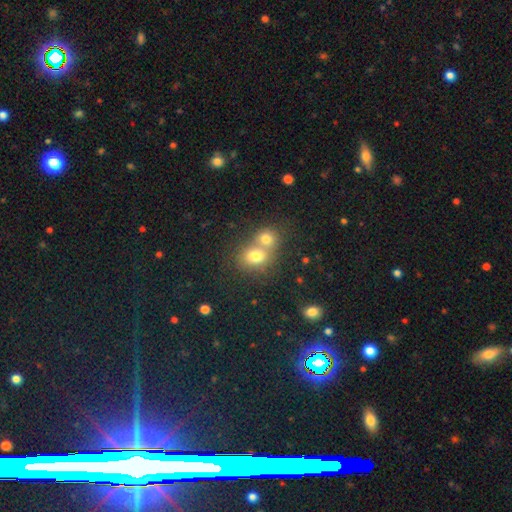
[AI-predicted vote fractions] Morphology: type=smooth (73%); roundness=round (62%); merging=merger (61%).